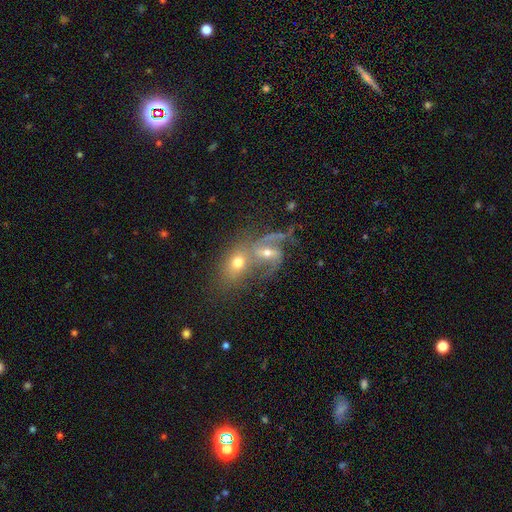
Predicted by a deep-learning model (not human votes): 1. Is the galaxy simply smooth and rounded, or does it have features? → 42% featured or disk, 36% smooth, 22% star or artifact.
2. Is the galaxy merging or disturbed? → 67% merger, 19% none, 7% major disturbance, 7% minor disturbance.